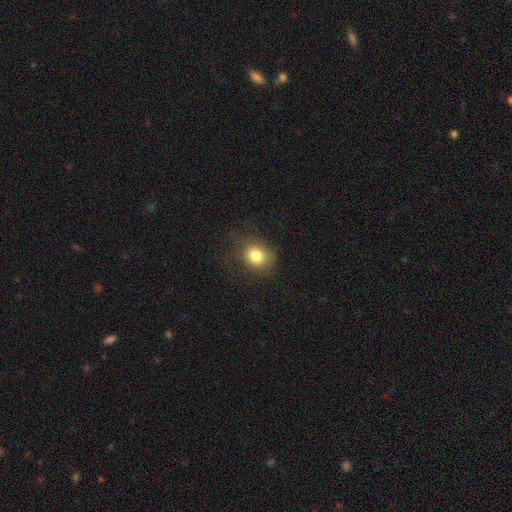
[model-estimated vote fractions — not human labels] A smooth galaxy with no disk features (80%) that is round (64%). Merging: none (70%).